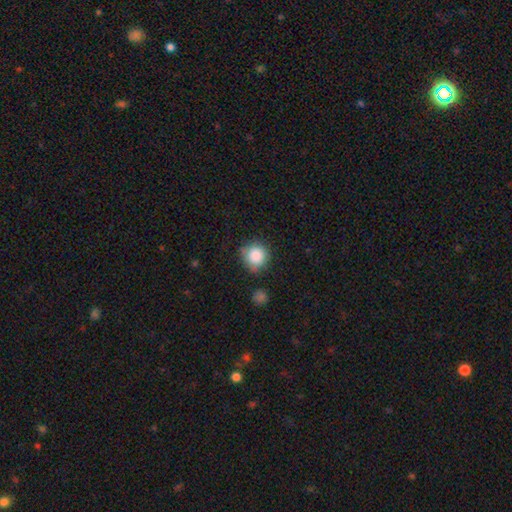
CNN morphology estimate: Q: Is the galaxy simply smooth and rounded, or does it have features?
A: smooth — 86%.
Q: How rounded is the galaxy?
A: round — 91%.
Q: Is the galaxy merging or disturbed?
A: none — 72%.